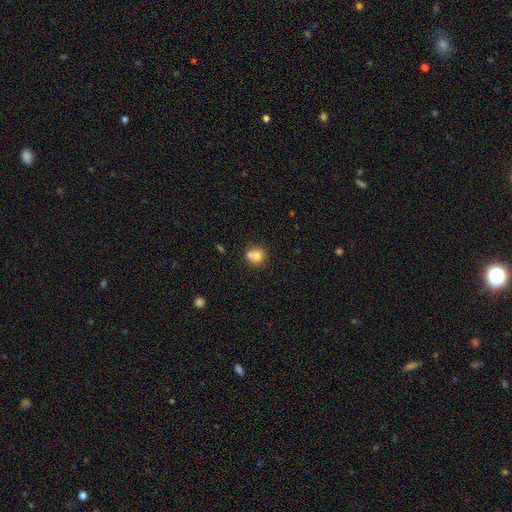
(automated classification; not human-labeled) Smooth or featured? smooth (74%)
How rounded? round (85%)
Merging? none (47%)